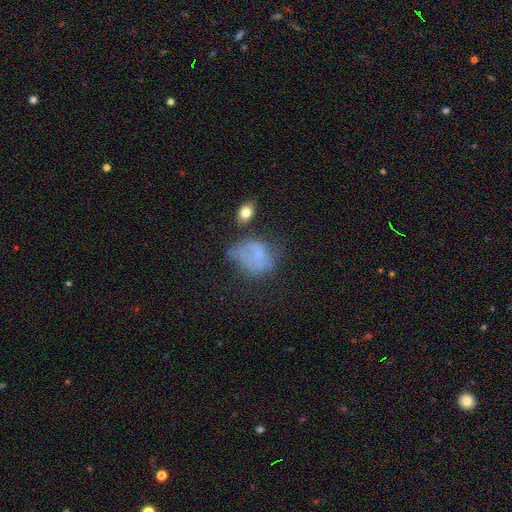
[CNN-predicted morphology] Overall: smooth (50%; featured or disk 36%). How rounded: in between (61%; round 38%). Merging: major disturbance (31%; none 30%).